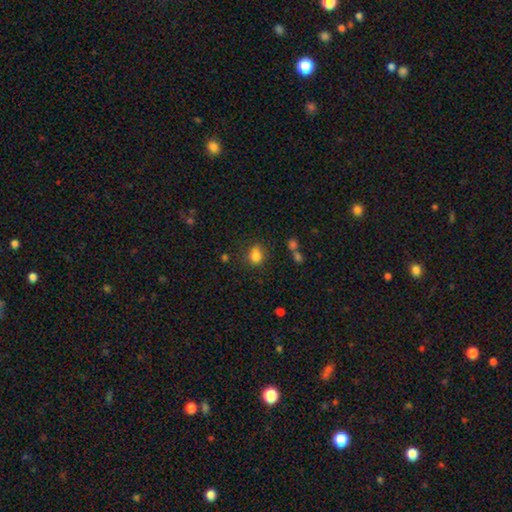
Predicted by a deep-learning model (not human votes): Overall: smooth (80%). How rounded: in between (54%; round 45%). Merging: none (58%; minor disturbance 22%).